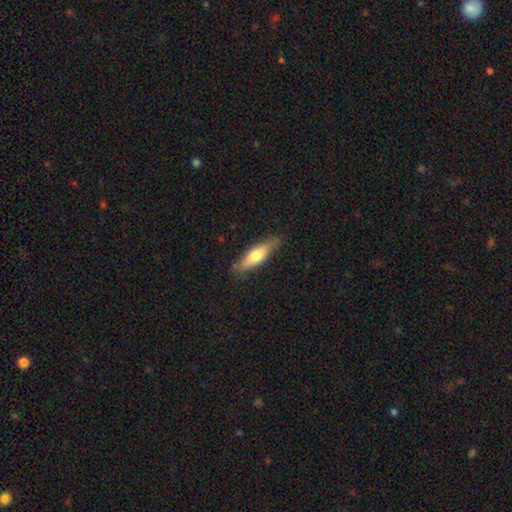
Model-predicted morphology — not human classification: Smooth or featured? smooth (64%)
How rounded? cigar-shaped (55%)
Merging? none (79%)